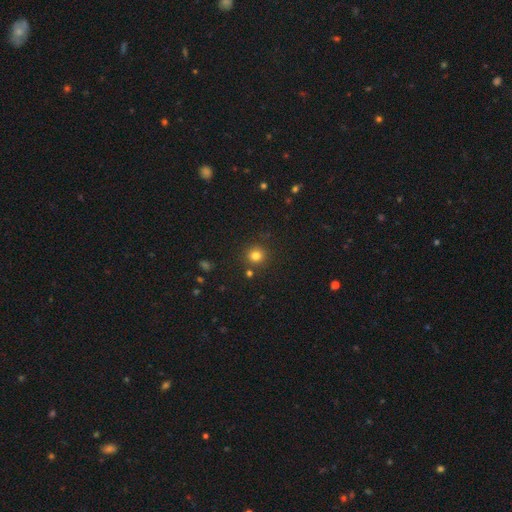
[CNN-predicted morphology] smooth-or-featured: smooth: 80% | star or artifact: 14% | featured or disk: 6%
  how-rounded: round: 92% | in between: 7% | cigar-shaped: 1%
  merging: none: 85% | minor disturbance: 7% | merger: 5% | major disturbance: 2%